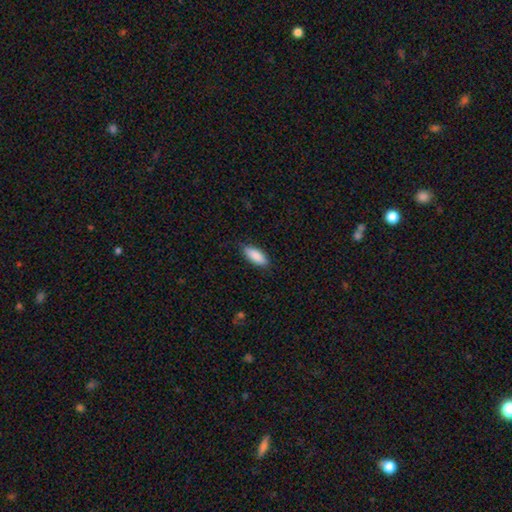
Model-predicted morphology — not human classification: This appears to be a smooth galaxy with no disk features (88%) that is in between round and cigar-shaped (79%). Merging: none (85%).